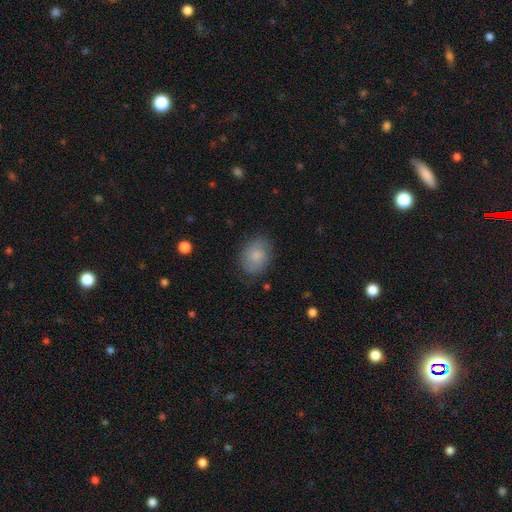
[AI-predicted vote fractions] smooth 78%, featured or disk 14%, star or artifact 7%. Down the decision tree: how rounded — in between (56%); merging — none (77%).